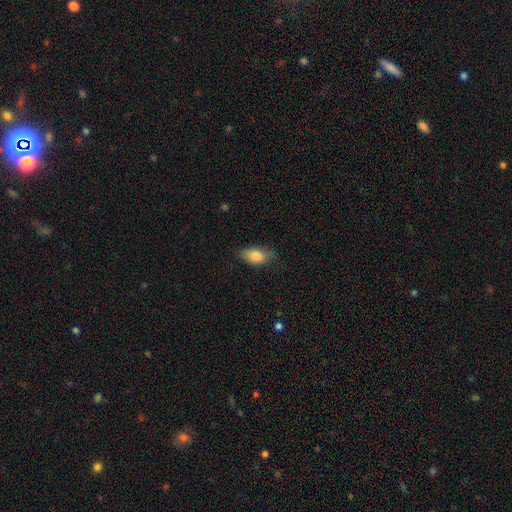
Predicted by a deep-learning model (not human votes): Smooth or featured: smooth — 84% (featured or disk — 9%)
How rounded: in between — 87% (round — 10%)
Merging: none — 64% (minor disturbance — 28%)